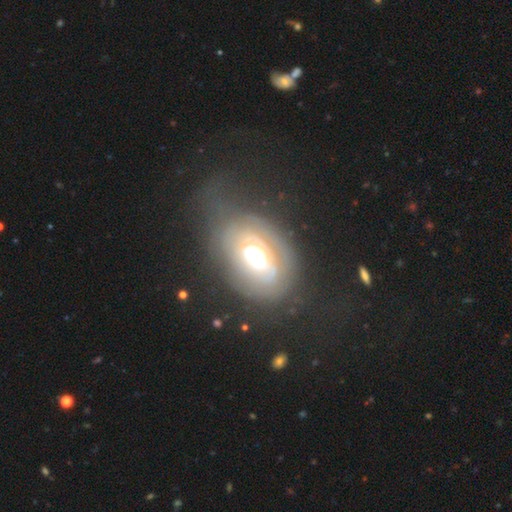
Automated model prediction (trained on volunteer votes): featured or disk 66%, smooth 25%, star or artifact 9%. Down the decision tree: edge-on disk — no (93%); bar — no (60%); spiral arms — no (52%); bulge size — moderate (57%); merging — none (47%).